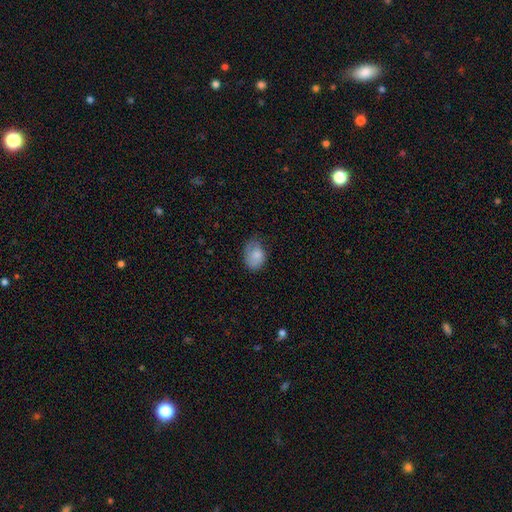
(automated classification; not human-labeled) Smooth or featured? smooth (80%)
How rounded? in between (72%)
Merging? none (51%)